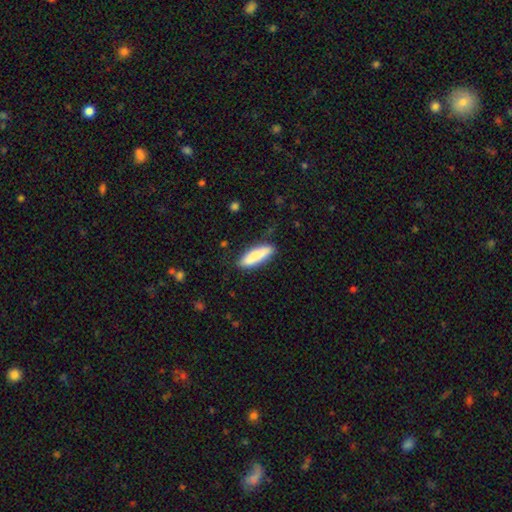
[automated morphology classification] A smooth galaxy with no disk features (81%) that is cigar-shaped (62%).

Vote fractions:
- Smooth or featured? smooth: 81% / featured or disk: 13% / star or artifact: 5%
- How rounded? cigar-shaped: 62% / in between: 37% / round: 2%
- Merging? none: 83% / minor disturbance: 13% / major disturbance: 3% / merger: 2%